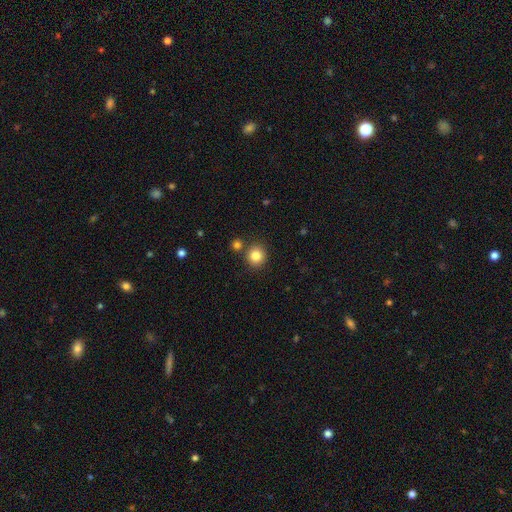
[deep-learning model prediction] This is clearly a smooth galaxy (84%). How rounded: clearly round (90%). Merging: clearly none (81%).